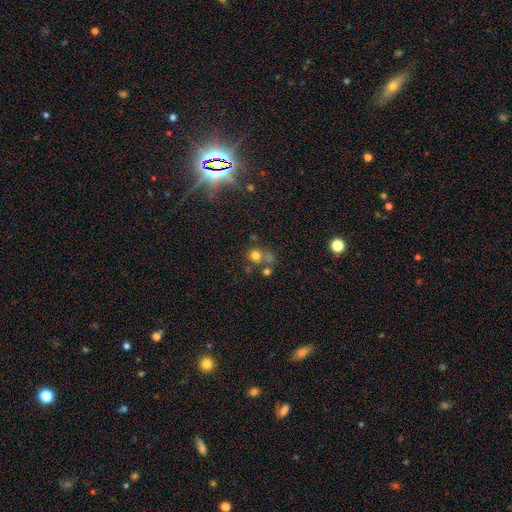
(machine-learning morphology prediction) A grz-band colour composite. It shows a smooth galaxy with no disk features (69%) that is round (84%). Merging: none (53%).